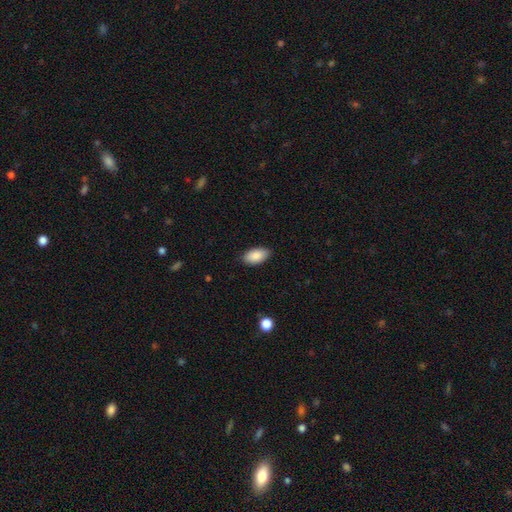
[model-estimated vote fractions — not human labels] Overall: smooth (88%). How rounded: in between (95%). Merging: none (84%).